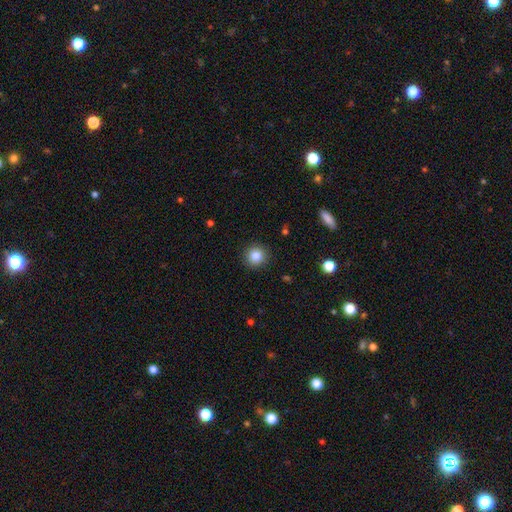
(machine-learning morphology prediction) A smooth galaxy with no disk features (85%) that is round (93%). Merging: none (90%).